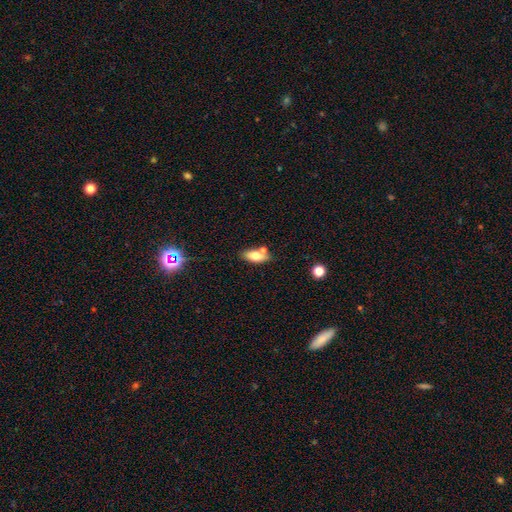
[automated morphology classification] This appears to be a smooth galaxy with no disk features (71%) that is in between round and cigar-shaped (83%). Merging: none (65%).